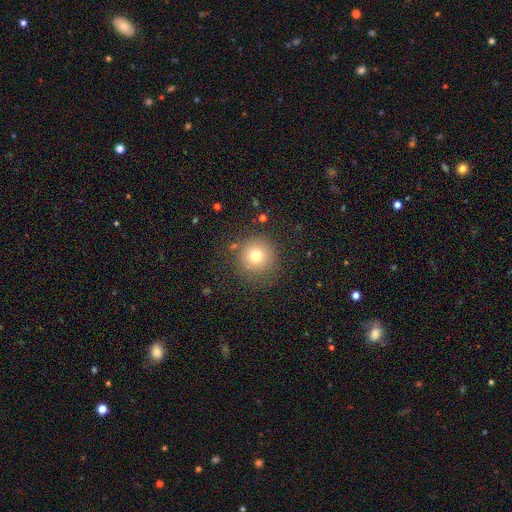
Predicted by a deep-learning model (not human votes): Smooth or featured?
  - smooth: 74% *
  - star or artifact: 15%
  - featured or disk: 11%
How rounded?
  - round: 94% *
  - in between: 5%
  - cigar-shaped: 1%
Merging?
  - none: 82% *
  - minor disturbance: 11%
  - major disturbance: 5%
  - merger: 3%